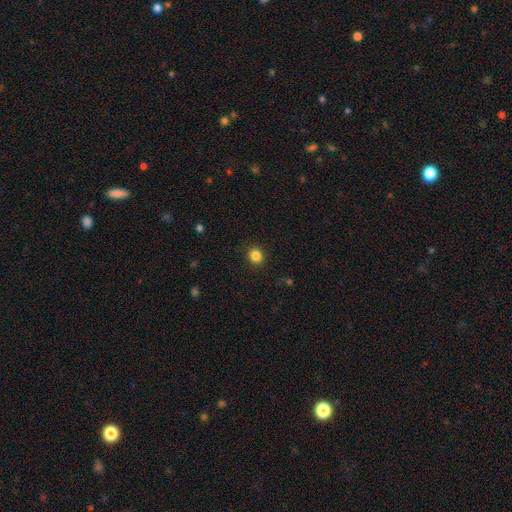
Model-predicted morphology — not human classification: smooth-or-featured: smooth: 85% | star or artifact: 11% | featured or disk: 4%
  how-rounded: round: 86% | in between: 13% | cigar-shaped: 1%
  merging: none: 91% | minor disturbance: 6% | major disturbance: 2% | merger: 1%